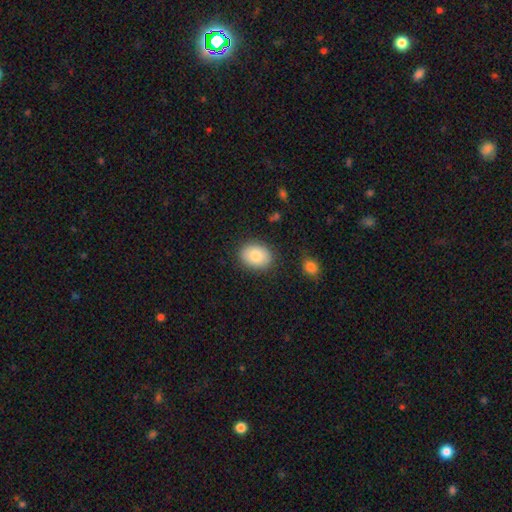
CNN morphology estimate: A smooth galaxy with no disk features (83%) that is in between round and cigar-shaped (57%). Merging: none (86%).